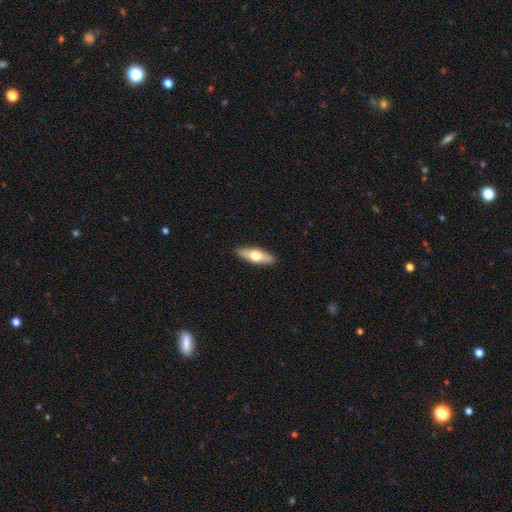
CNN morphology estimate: The model was most divided on "how rounded": in between: 53%, cigar-shaped: 44%, round: 3%. More confident: merging — none (89%); smooth or featured — smooth (56%).